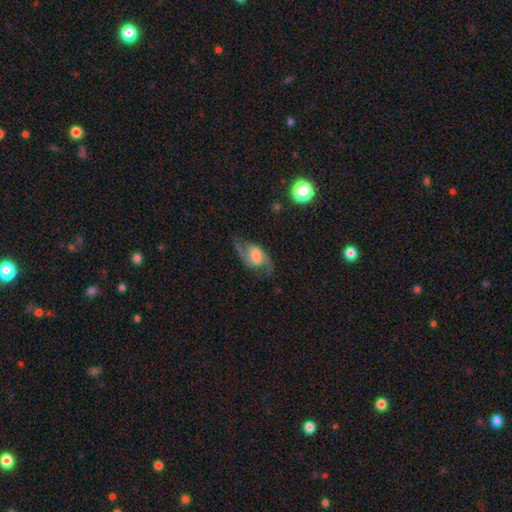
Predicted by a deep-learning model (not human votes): smooth_or_featured: featured or disk (p=0.76) [alt: smooth p=0.17]
disk_edge_on: no (p=0.95) [alt: yes p=0.05]
bar: weak (p=0.46) [alt: no p=0.34]
has_spiral_arms: yes (p=0.92) [alt: no p=0.08]
spiral_winding: loose (p=0.47) [alt: medium p=0.43]
spiral_arm_count: 2 (p=0.91) [alt: can't tell p=0.03]
bulge_size: large (p=0.31) [alt: moderate p=0.26]
merging: none (p=0.67) [alt: minor disturbance p=0.18]